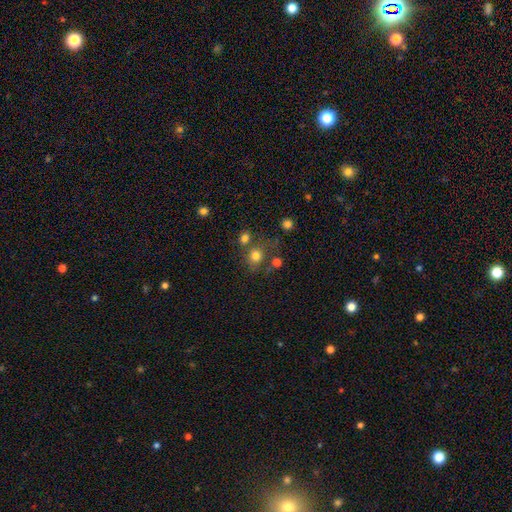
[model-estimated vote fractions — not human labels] Smooth or featured? Predicted: smooth (p=0.76). How rounded? Predicted: round (p=0.75). Merging? Predicted: none (p=0.57).